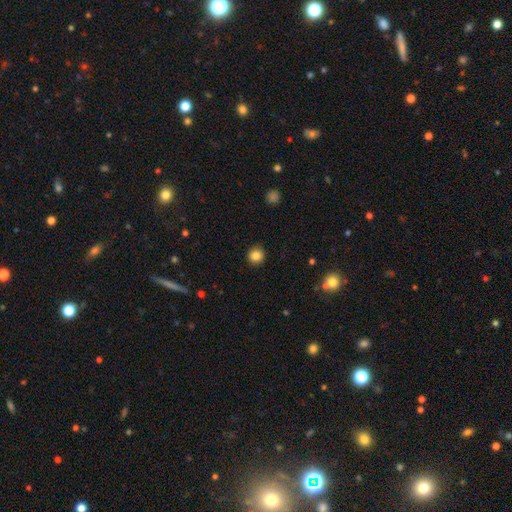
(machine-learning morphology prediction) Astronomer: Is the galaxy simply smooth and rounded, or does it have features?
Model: smooth — 84%.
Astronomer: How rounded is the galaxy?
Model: round — 93%.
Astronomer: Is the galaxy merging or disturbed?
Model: none — 91%.